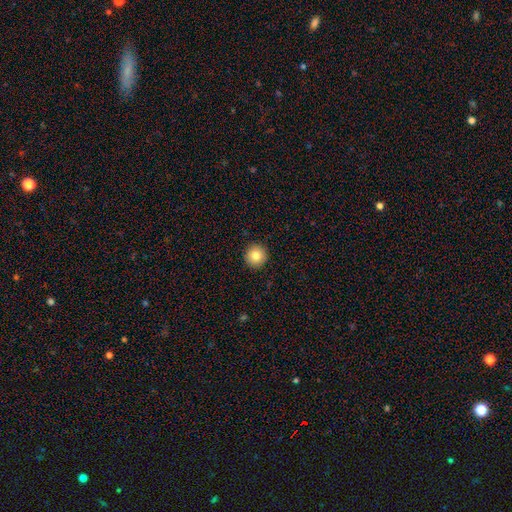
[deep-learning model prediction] The model was most divided on "smooth or featured": smooth: 83%, star or artifact: 9%, featured or disk: 8%. More confident: how rounded — round (96%); merging — none (93%).